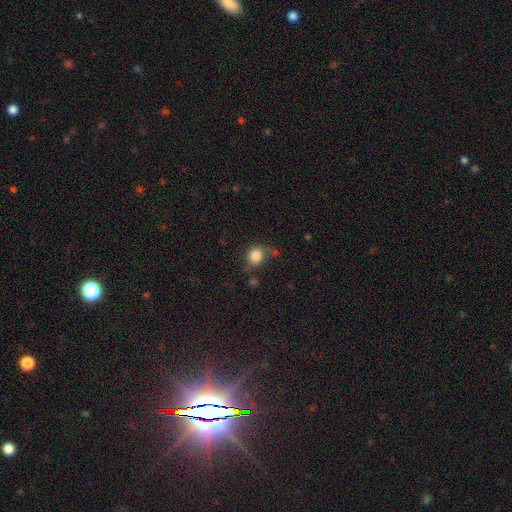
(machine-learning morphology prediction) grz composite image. It shows a smooth galaxy with no disk features (84%) that is round (83%). Merging: none (66%).